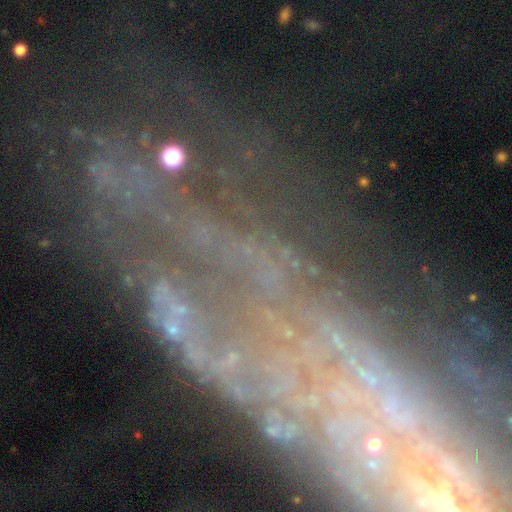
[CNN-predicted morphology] Smooth or featured?
  - star or artifact: 44% *
  - featured or disk: 42%
  - smooth: 13%